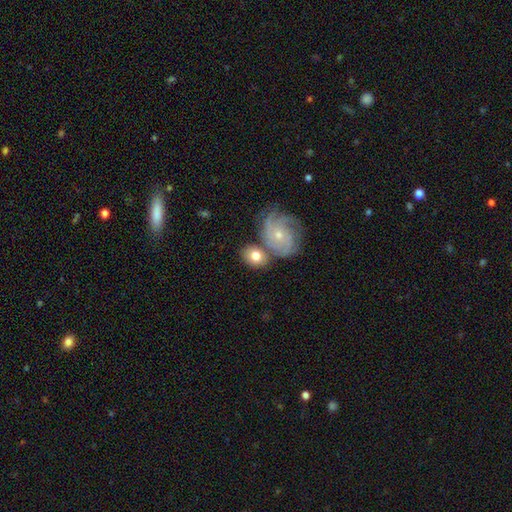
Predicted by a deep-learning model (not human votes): This is possibly a smooth galaxy (54%). How rounded: possibly in between (57%). Merging: likely none (60%).